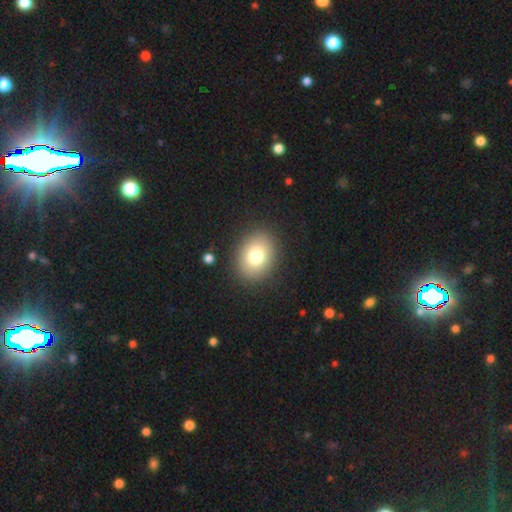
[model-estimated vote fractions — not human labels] Smooth or featured?
  - smooth: 79% *
  - featured or disk: 11%
  - star or artifact: 10%
How rounded?
  - in between: 57% *
  - round: 42%
  - cigar-shaped: 1%
Merging?
  - none: 88% *
  - minor disturbance: 8%
  - major disturbance: 3%
  - merger: 1%